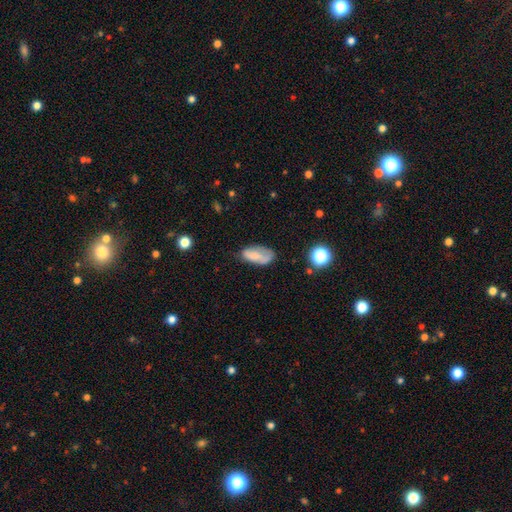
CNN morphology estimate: Overall: smooth (66%). How rounded: in between (89%). Merging: none (50%; minor disturbance 31%).